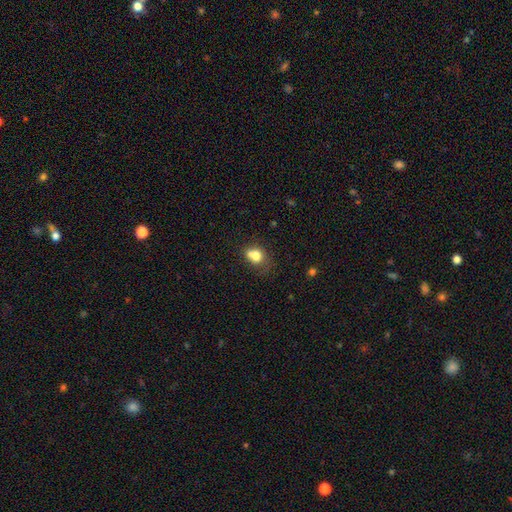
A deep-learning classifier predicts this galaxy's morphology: The model was most divided on "merging": merger: 41%, none: 34%, minor disturbance: 17%, major disturbance: 8%. More confident: smooth or featured — smooth (74%); how rounded — round (57%).